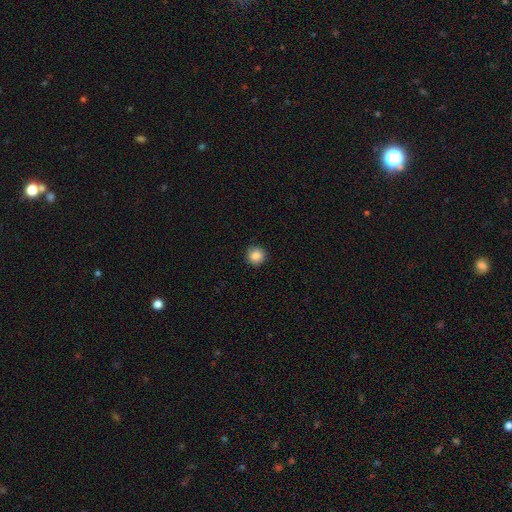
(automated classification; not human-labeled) A smooth galaxy with no disk features (84%) that is round (94%).

Vote fractions:
- Smooth or featured? smooth: 84% / star or artifact: 9% / featured or disk: 6%
- How rounded? round: 94% / in between: 5% / cigar-shaped: 1%
- Merging? none: 89% / minor disturbance: 8% / major disturbance: 2% / merger: 1%